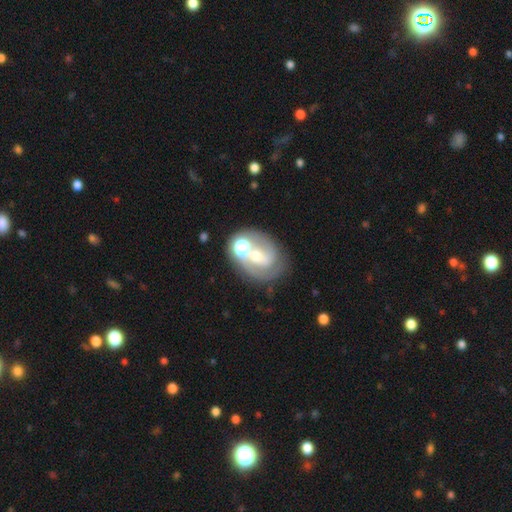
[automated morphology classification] The model was most divided on "spiral winding": medium: 44%, tight: 38%, loose: 18%. Remaining: edge-on disk — no (97%); spiral arms — yes (83%); spiral arm count — 2 (74%); smooth or featured — featured or disk (71%); merging — none (56%); bulge size — moderate (48%); bar — no (48%).